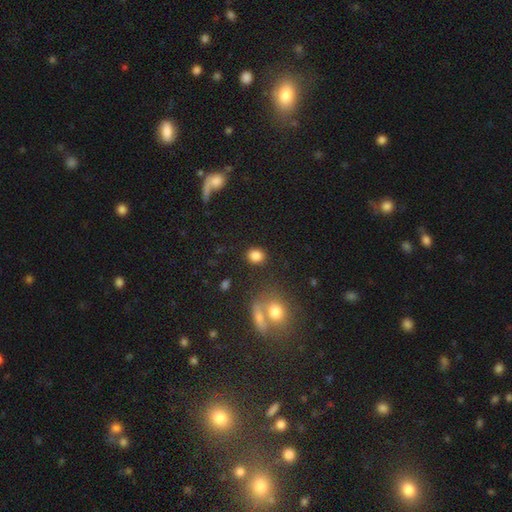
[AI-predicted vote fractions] A smooth galaxy with no disk features (84%) that is round (63%).

Vote fractions:
- Smooth or featured? smooth: 84% / star or artifact: 11% / featured or disk: 5%
- How rounded? round: 63% / in between: 36% / cigar-shaped: 1%
- Merging? none: 82% / minor disturbance: 9% / merger: 5% / major disturbance: 4%